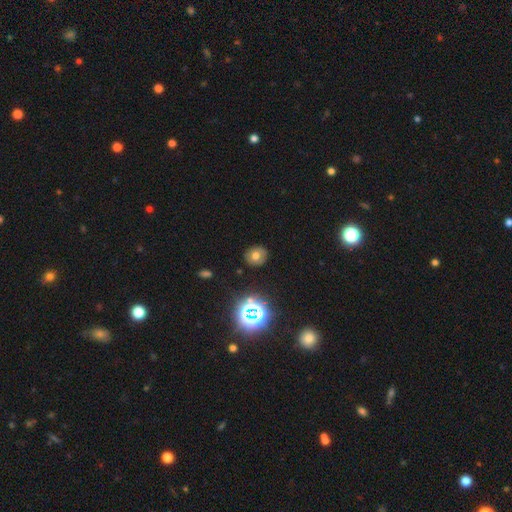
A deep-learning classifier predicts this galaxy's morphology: Smooth or featured: smooth — 59% (star or artifact — 21%)
How rounded: round — 74% (in between — 25%)
Merging: none — 85% (minor disturbance — 10%)